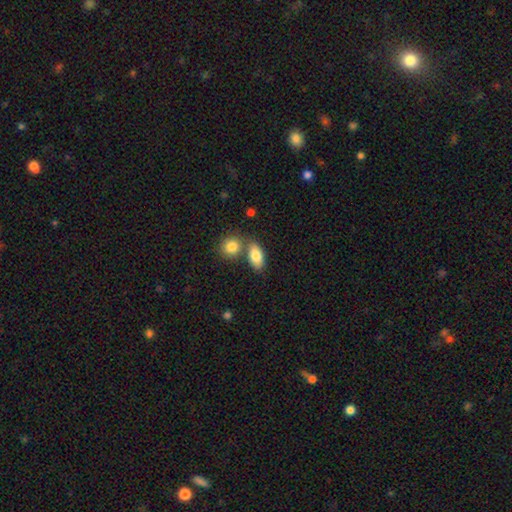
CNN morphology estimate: Overall: smooth (83%). How rounded: in between (87%). Merging: none (55%; merger 31%).